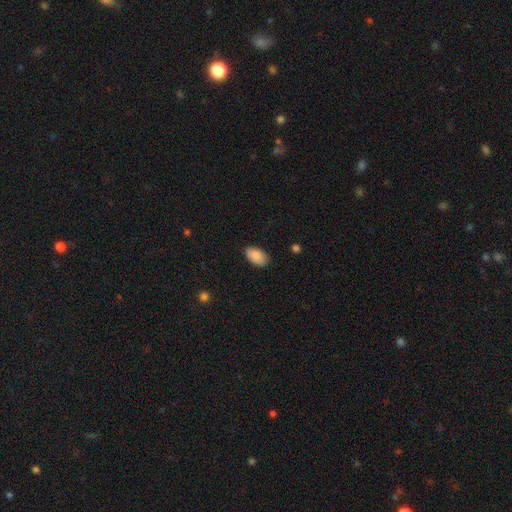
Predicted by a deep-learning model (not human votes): smooth-or-featured: smooth: 88% | star or artifact: 7% | featured or disk: 6%
  how-rounded: in between: 94% | round: 4% | cigar-shaped: 1%
  merging: none: 84% | minor disturbance: 13% | major disturbance: 2% | merger: 1%